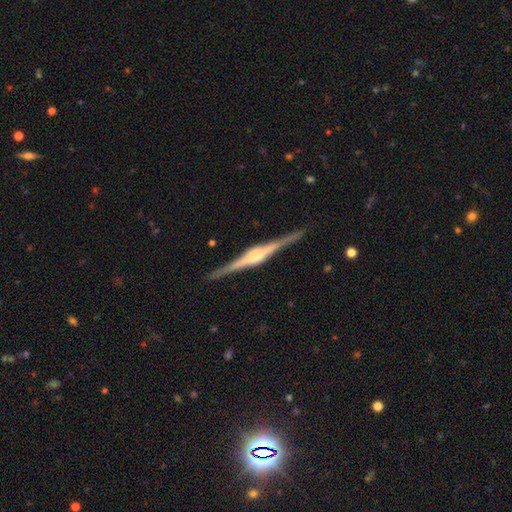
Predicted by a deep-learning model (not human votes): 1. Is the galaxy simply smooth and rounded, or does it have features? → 87% featured or disk, 8% smooth, 5% star or artifact.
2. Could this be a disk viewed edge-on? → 98% yes, 2% no.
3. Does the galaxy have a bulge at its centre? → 60% rounded, 36% boxy, 5% none.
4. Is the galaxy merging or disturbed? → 90% none, 7% minor disturbance, 2% major disturbance, 1% merger.